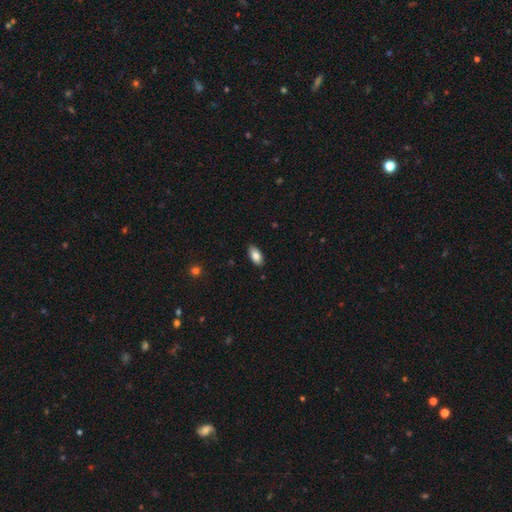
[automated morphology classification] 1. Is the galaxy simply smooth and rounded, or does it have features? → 83% smooth, 10% featured or disk, 7% star or artifact.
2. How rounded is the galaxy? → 91% in between, 6% cigar-shaped, 3% round.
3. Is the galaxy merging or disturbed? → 88% none, 9% minor disturbance, 2% major disturbance, 1% merger.